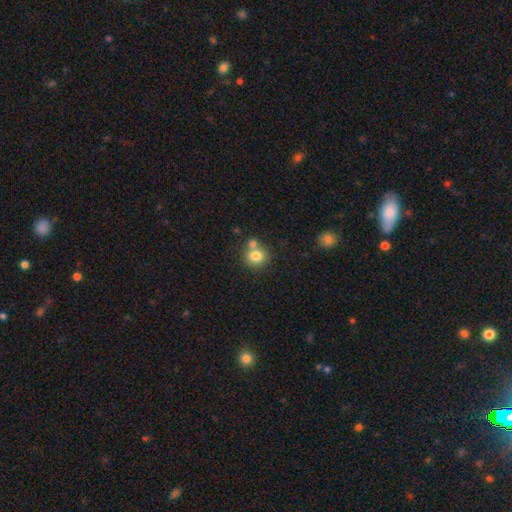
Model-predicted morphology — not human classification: This appears to be a smooth galaxy with no disk features (79%) that is round (85%). Merging: none (61%).